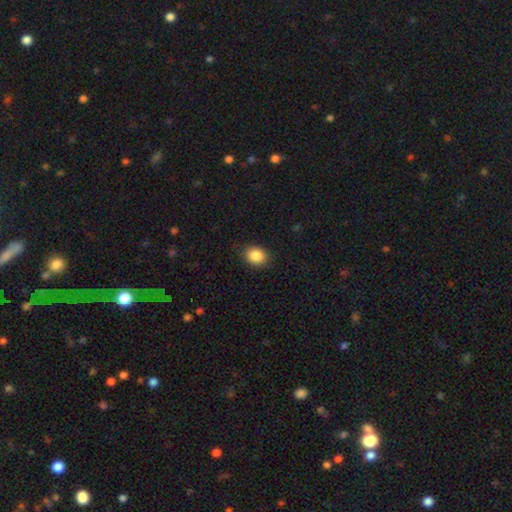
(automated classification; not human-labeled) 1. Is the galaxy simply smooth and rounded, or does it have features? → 88% smooth, 8% star or artifact, 3% featured or disk.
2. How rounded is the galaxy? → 50% in between, 49% round, 1% cigar-shaped.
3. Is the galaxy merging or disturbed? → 88% none, 9% minor disturbance, 2% major disturbance, 1% merger.